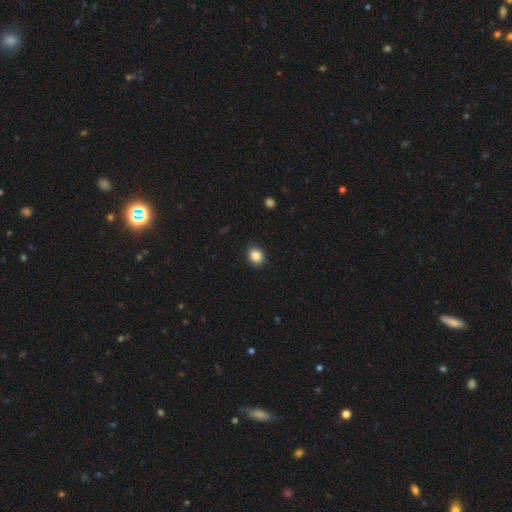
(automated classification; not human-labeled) A smooth galaxy with no disk features (87%) that is round (58%).

Vote fractions:
- Smooth or featured? smooth: 87% / star or artifact: 9% / featured or disk: 4%
- How rounded? round: 58% / in between: 41% / cigar-shaped: 1%
- Merging? none: 90% / minor disturbance: 7% / major disturbance: 2% / merger: 1%